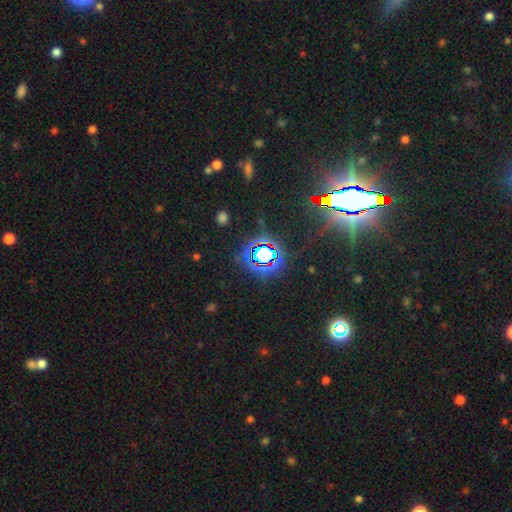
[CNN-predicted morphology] Smooth or featured? star or artifact (83%)